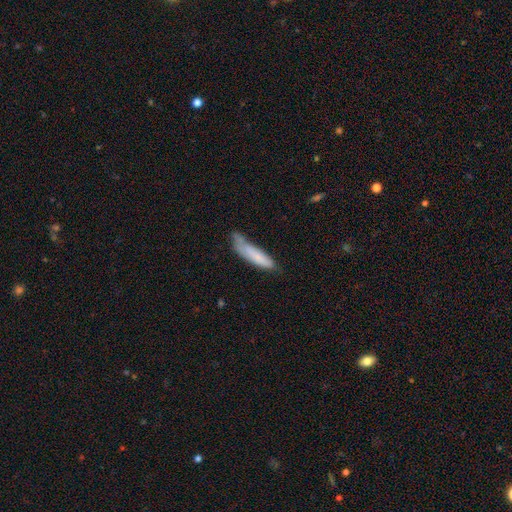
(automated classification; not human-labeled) This is likely a smooth galaxy (75%). How rounded: likely cigar-shaped (76%). Merging: marginally none (43%).